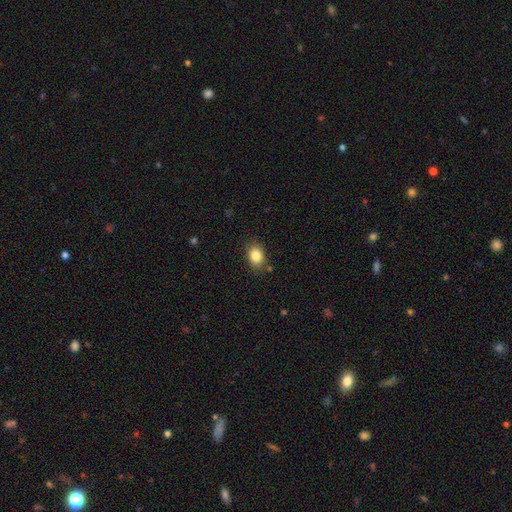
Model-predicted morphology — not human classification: A smooth galaxy with no disk features (85%) that is in between round and cigar-shaped (68%). Merging: none (84%).